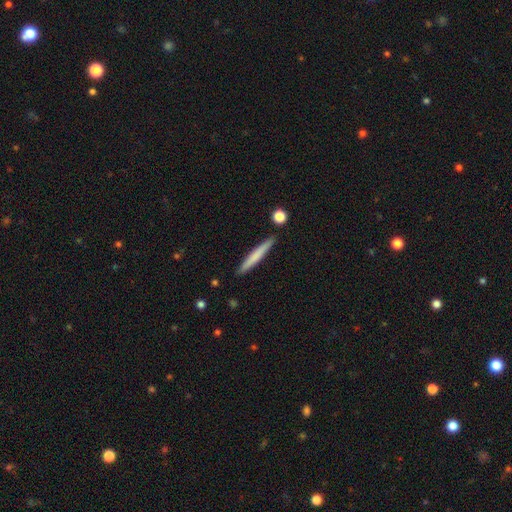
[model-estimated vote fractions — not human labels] Smooth or featured?
  - smooth: 66% *
  - featured or disk: 28%
  - star or artifact: 5%
How rounded?
  - cigar-shaped: 96% *
  - in between: 3%
  - round: 1%
Merging?
  - none: 89% *
  - minor disturbance: 8%
  - merger: 2%
  - major disturbance: 2%